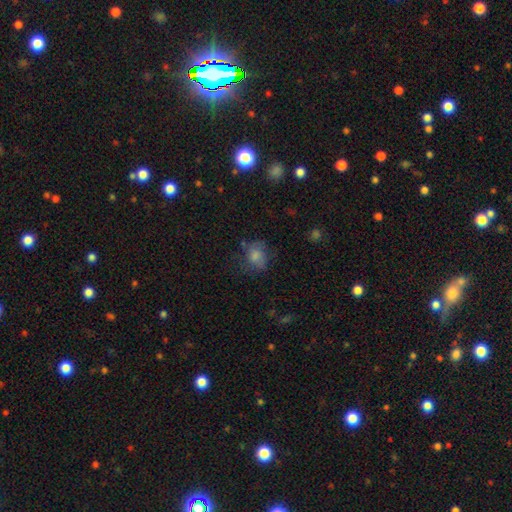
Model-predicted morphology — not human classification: Smooth or featured: smooth — 73% (featured or disk — 16%)
How rounded: round — 52% (in between — 47%)
Merging: none — 51% (minor disturbance — 27%)